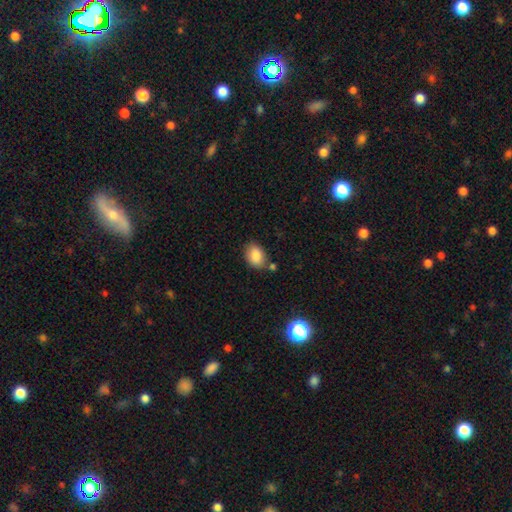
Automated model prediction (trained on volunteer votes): Smooth or featured? Predicted: smooth (p=0.86). How rounded? Predicted: in between (p=0.79). Merging? Predicted: none (p=0.70).